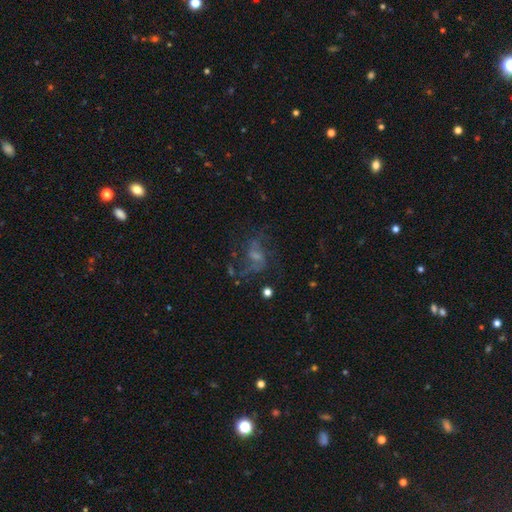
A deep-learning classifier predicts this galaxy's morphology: Smooth or featured?
  - featured or disk: 63% *
  - star or artifact: 19%
  - smooth: 18%
Edge-on disk?
  - no: 97% *
  - yes: 3%
Bar?
  - no: 48% *
  - weak: 42%
  - strong: 10%
Spiral arms?
  - yes: 76% *
  - no: 24%
Bulge size?
  - small: 44% *
  - moderate: 26%
  - none: 25%
  - large: 4%
  - dominant: 1%
Merging?
  - none: 52% *
  - major disturbance: 27%
  - minor disturbance: 17%
  - merger: 4%